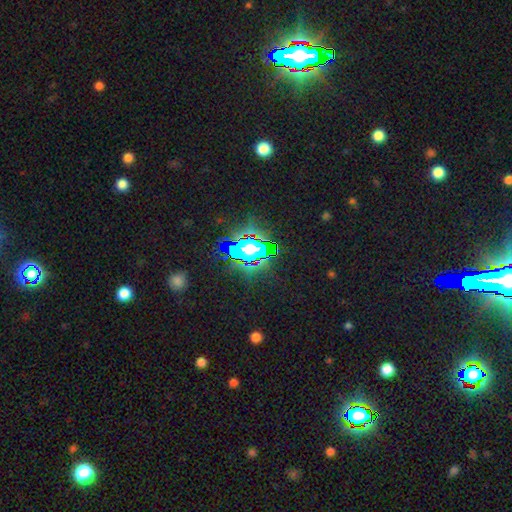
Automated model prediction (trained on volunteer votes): Overall: star or artifact (82%).